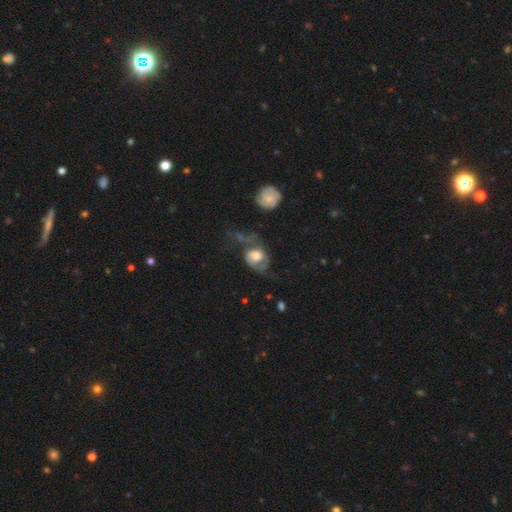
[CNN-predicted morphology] featured or disk 51%, smooth 42%, star or artifact 7%. Down the decision tree: edge-on disk — no (94%); merging — major disturbance (47%).